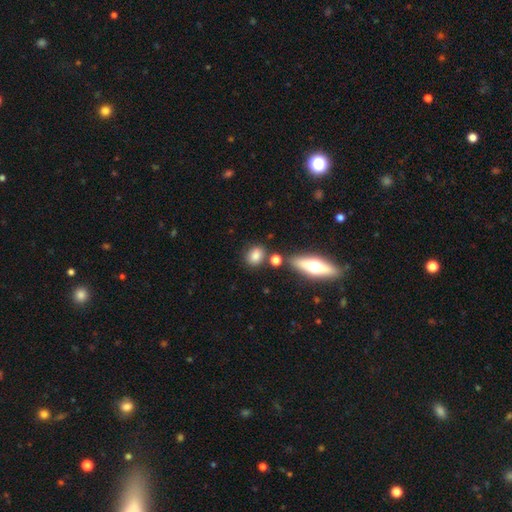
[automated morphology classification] smooth_or_featured: smooth (p=0.81) [alt: star or artifact p=0.10]
how_rounded: in between (p=0.52) [alt: round p=0.44]
merging: none (p=0.73) [alt: minor disturbance p=0.12]